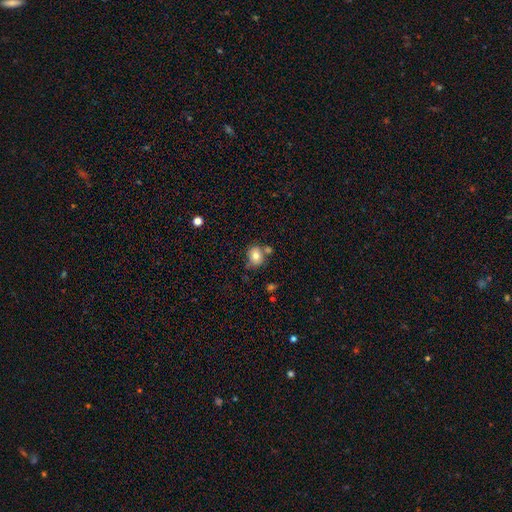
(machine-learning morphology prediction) Smooth or featured? smooth (78%)
How rounded? round (56%)
Merging? none (59%)